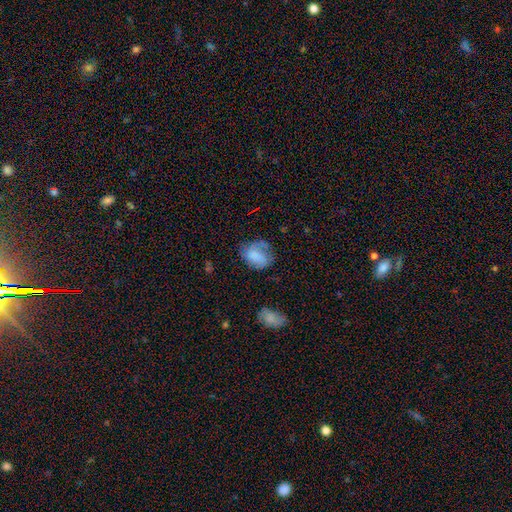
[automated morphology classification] Smooth or featured? Predicted: smooth (p=0.66). How rounded? Predicted: in between (p=0.56). Merging? Predicted: none (p=0.45).